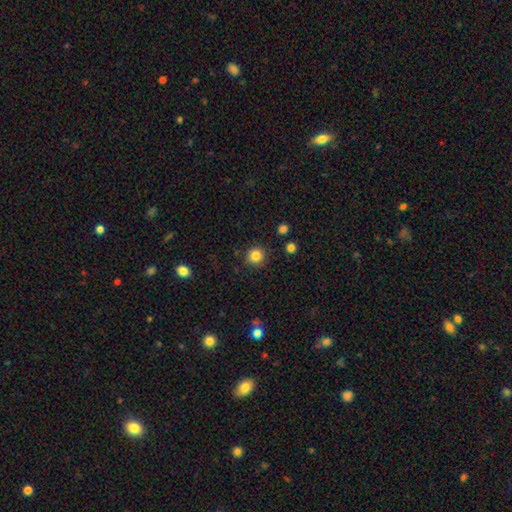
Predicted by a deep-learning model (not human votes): The model was most divided on "smooth or featured": smooth: 84%, star or artifact: 11%, featured or disk: 5%. More confident: how rounded — round (93%); merging — none (89%).